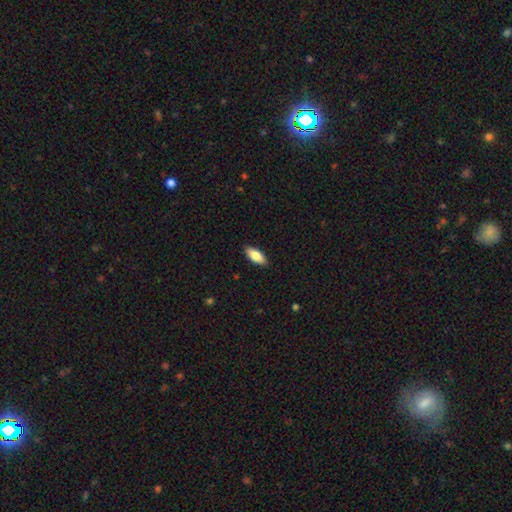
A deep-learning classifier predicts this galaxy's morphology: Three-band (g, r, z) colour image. It shows a smooth galaxy with no disk features (82%) that is in between round and cigar-shaped (83%). Merging: none (89%).